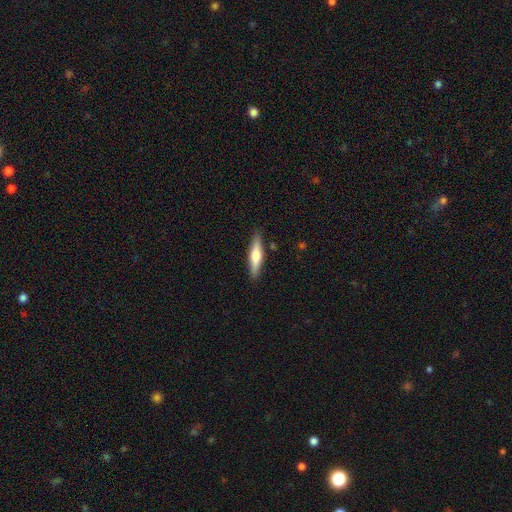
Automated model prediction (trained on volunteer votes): Smooth or featured?
  - smooth: 52% *
  - featured or disk: 42%
  - star or artifact: 5%
How rounded?
  - cigar-shaped: 78% *
  - in between: 20%
  - round: 2%
Merging?
  - none: 88% *
  - minor disturbance: 9%
  - major disturbance: 2%
  - merger: 1%